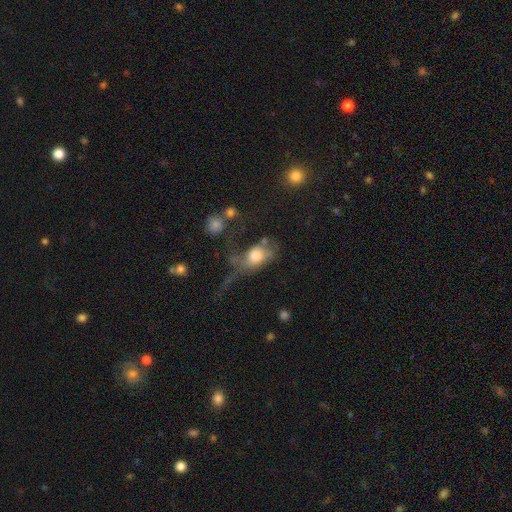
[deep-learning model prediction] Overall: smooth (63%; featured or disk 28%). How rounded: in between (76%). Merging: major disturbance (49%; none 21%).